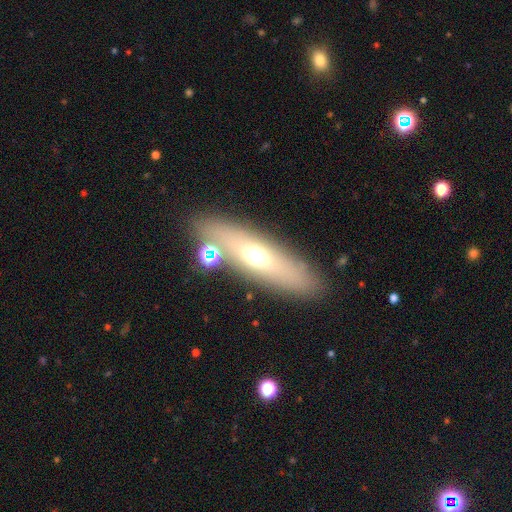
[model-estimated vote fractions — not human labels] Smooth or featured? smooth (52%)
How rounded? cigar-shaped (54%)
Merging? none (78%)